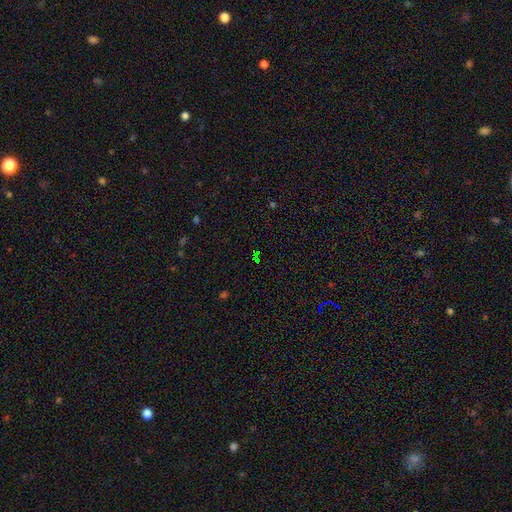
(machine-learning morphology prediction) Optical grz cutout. It shows a star or artifact, not a galaxy (73%).